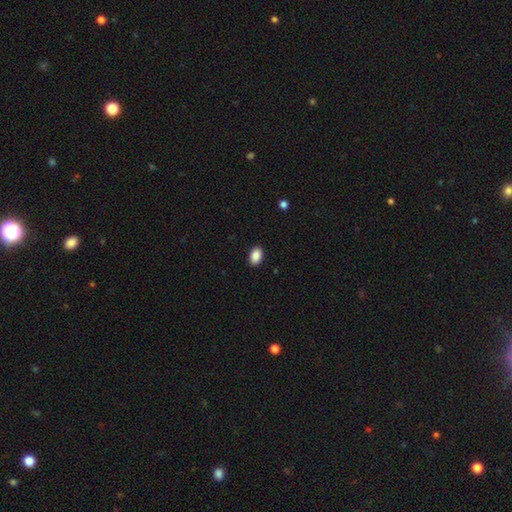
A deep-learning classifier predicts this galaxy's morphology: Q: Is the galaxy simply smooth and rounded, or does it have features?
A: smooth — 89%.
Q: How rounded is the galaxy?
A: in between — 88%.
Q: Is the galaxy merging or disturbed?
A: none — 90%.